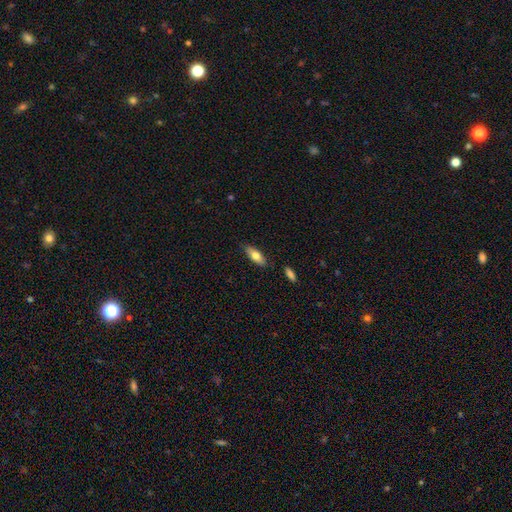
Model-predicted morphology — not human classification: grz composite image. It shows a smooth galaxy with no disk features (71%) that is in between round and cigar-shaped (67%). Merging: none (83%).